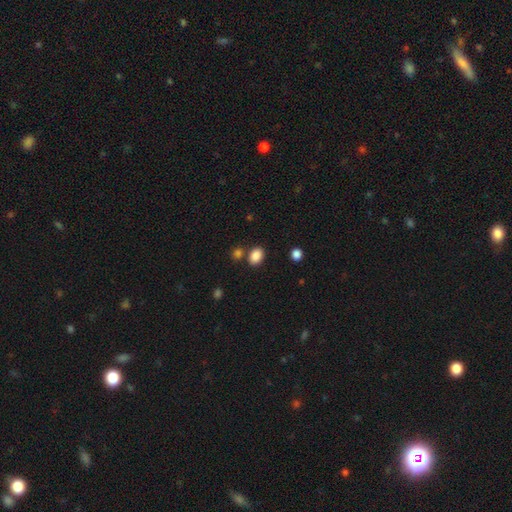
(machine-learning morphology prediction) This appears to be a smooth galaxy with no disk features (87%) that is in between round and cigar-shaped (74%). Merging: none (75%).